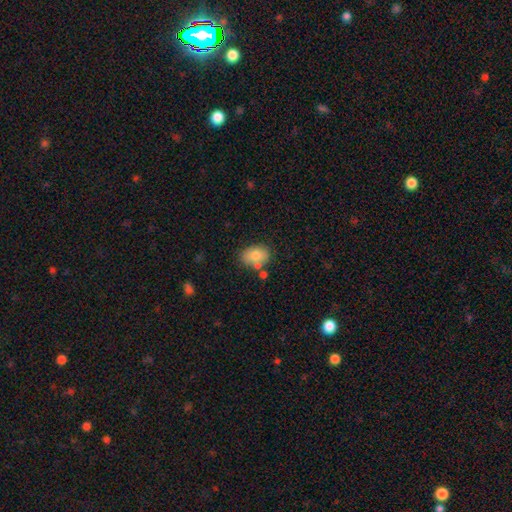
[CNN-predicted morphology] Overall: smooth (78%). How rounded: in between (76%). Merging: none (62%).